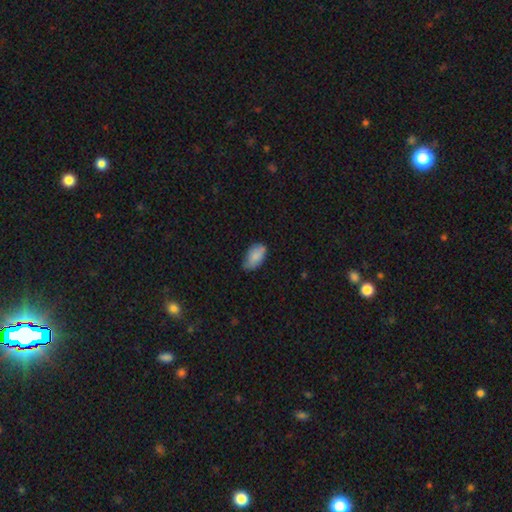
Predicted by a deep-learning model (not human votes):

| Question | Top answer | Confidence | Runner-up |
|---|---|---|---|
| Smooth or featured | smooth | 83% | featured or disk (10%) |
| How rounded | in between | 93% | round (4%) |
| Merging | none | 57% | minor disturbance (35%) |